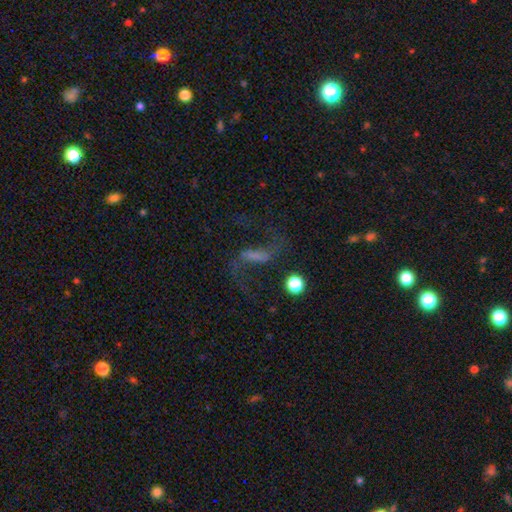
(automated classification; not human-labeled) smooth-or-featured: featured or disk: 73% | star or artifact: 14% | smooth: 13%
  disk-edge-on: no: 94% | yes: 6%
    bar: strong: 49% | weak: 34% | no: 17%
    has-spiral-arms: yes: 91% | no: 9%
      spiral-winding: loose: 85% | medium: 12% | tight: 3%
      spiral-arm-count: 2: 92% | 1: 3% | can't tell: 2% | 3: 1% | 4: 1% | more than 4: 1%
    bulge-size: none: 59% | small: 20% | moderate: 12% | large: 6% | dominant: 2%
  merging: none: 69% | major disturbance: 15% | minor disturbance: 12% | merger: 3%